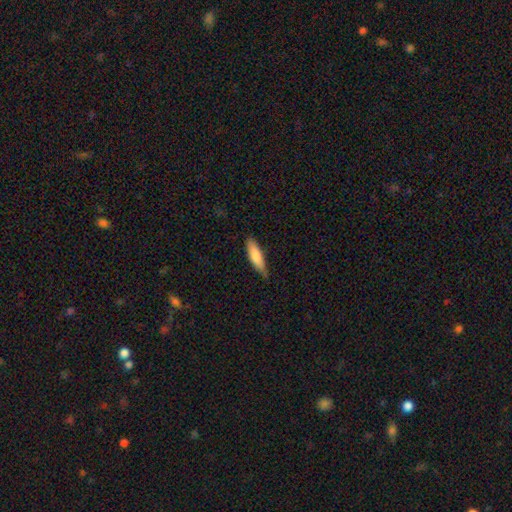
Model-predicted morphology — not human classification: The model was most divided on "how rounded": cigar-shaped: 58%, in between: 41%, round: 2%. More confident: smooth or featured — smooth (80%); merging — none (72%).